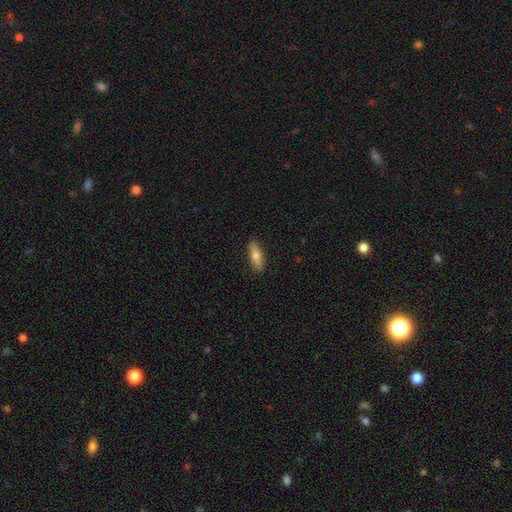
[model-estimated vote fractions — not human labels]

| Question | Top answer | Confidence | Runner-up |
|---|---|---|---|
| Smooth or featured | smooth | 65% | featured or disk (29%) |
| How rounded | in between | 51% | cigar-shaped (46%) |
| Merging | none | 88% | minor disturbance (9%) |